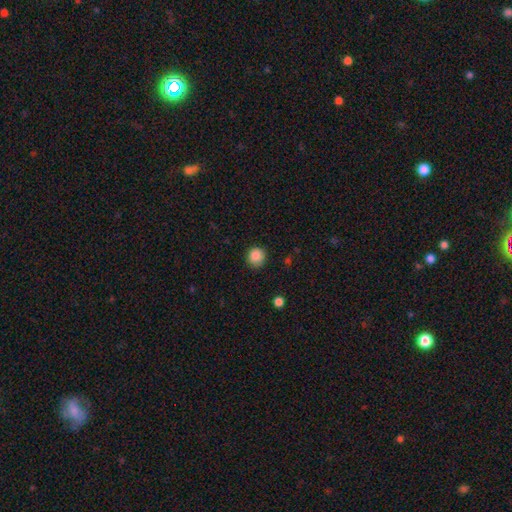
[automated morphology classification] Smooth or featured? smooth (87%)
How rounded? round (91%)
Merging? none (87%)